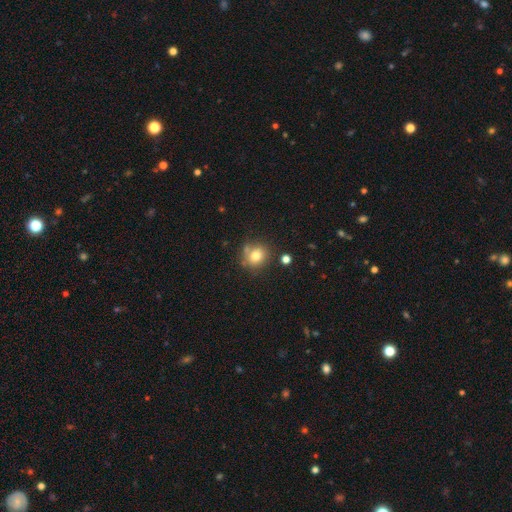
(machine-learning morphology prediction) type=smooth (77%); roundness=round (82%); merging=none (71%).